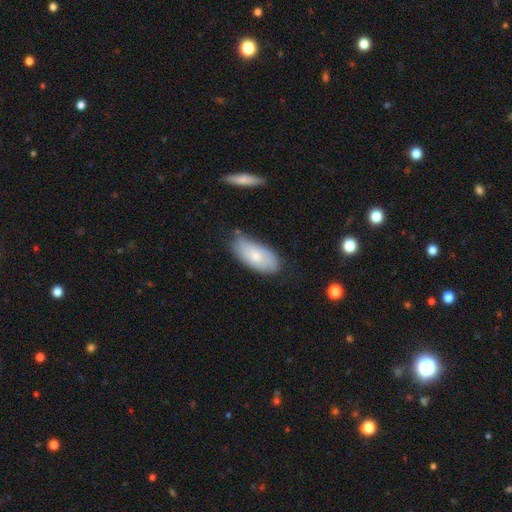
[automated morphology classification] A smooth galaxy with no disk features (71%) that is in between round and cigar-shaped (91%). Merging: none (59%).